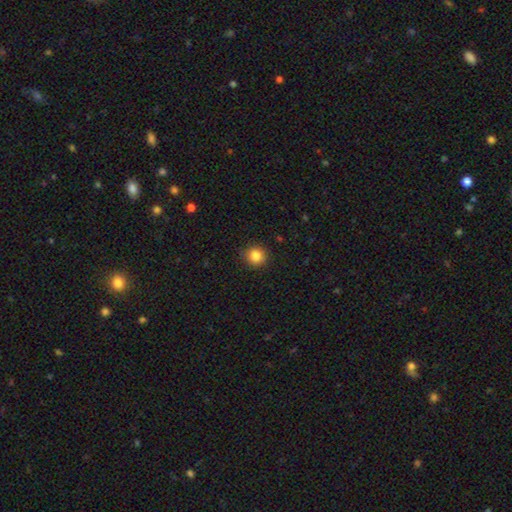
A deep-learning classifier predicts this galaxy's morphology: smooth_or_featured: smooth (p=0.85) [alt: star or artifact p=0.11]
how_rounded: round (p=0.92) [alt: in between p=0.07]
merging: none (p=0.90) [alt: minor disturbance p=0.07]